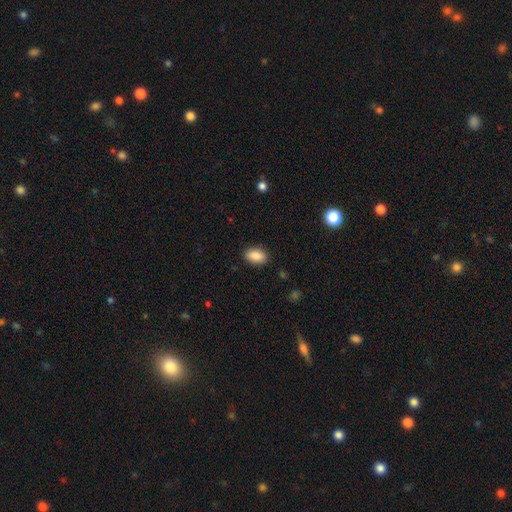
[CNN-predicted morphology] smooth-or-featured: smooth: 89% | star or artifact: 7% | featured or disk: 4%
  how-rounded: in between: 91% | round: 8% | cigar-shaped: 2%
  merging: none: 88% | minor disturbance: 8% | major disturbance: 2% | merger: 1%